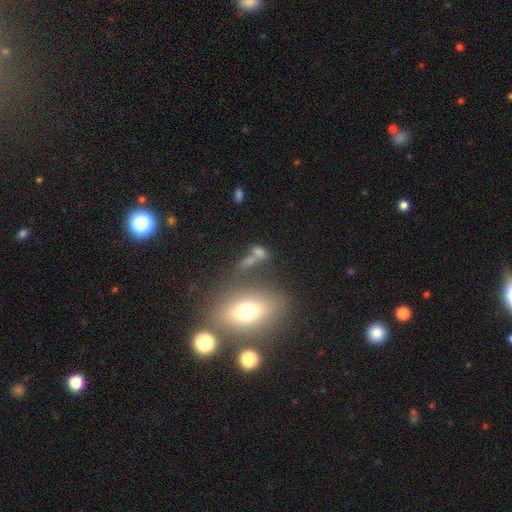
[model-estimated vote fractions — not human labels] A smooth galaxy with no disk features (60%) that is in between round and cigar-shaped (61%).

Vote fractions:
- Smooth or featured? smooth: 60% / star or artifact: 20% / featured or disk: 19%
- How rounded? in between: 61% / round: 25% / cigar-shaped: 14%
- Merging? none: 41% / merger: 37% / minor disturbance: 12% / major disturbance: 11%